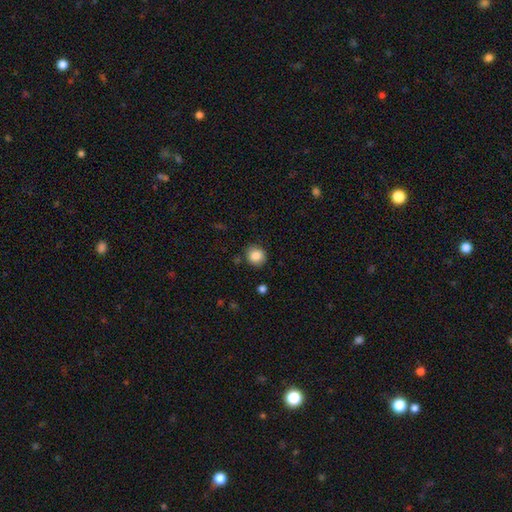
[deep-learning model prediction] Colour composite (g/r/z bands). It shows a smooth galaxy with no disk features (85%) that is round (86%). Merging: none (85%).